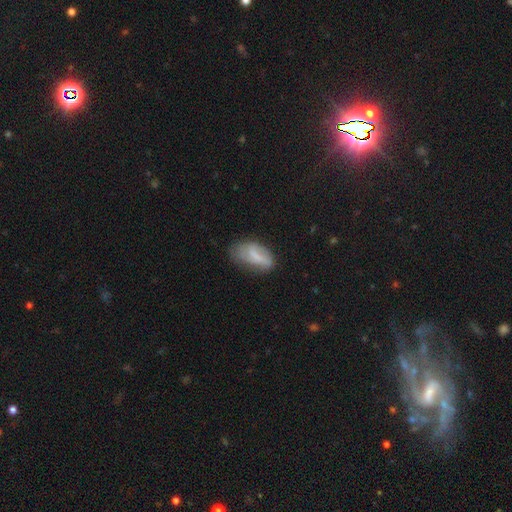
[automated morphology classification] The model was most divided on "merging": none: 48%, minor disturbance: 33%, major disturbance: 16%, merger: 3%. More confident: how rounded — in between (90%); smooth or featured — smooth (63%).